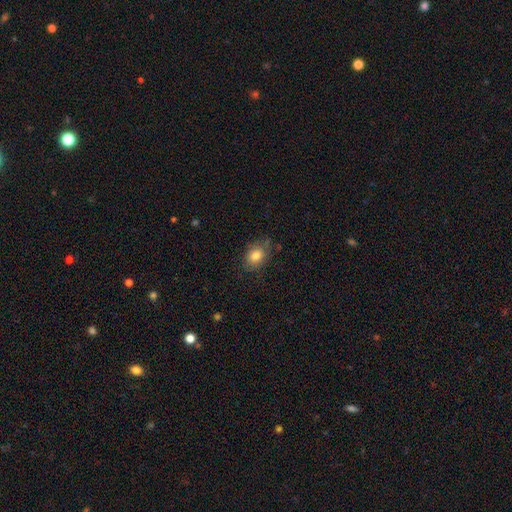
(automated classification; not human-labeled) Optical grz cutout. It shows a smooth galaxy with no disk features (80%) that is in between round and cigar-shaped (71%). Merging: none (75%).